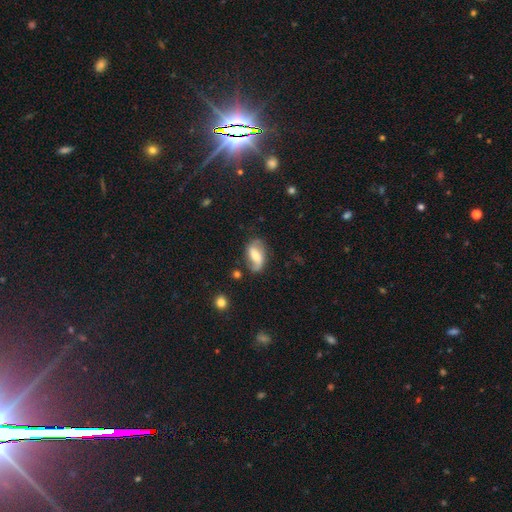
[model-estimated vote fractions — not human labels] A featured or disk galaxy (61%) with a weak bar (43%), 2 (79%) loose (46%) spiral arms (88%) and a moderate central bulge (40%). Merging: none (62%).